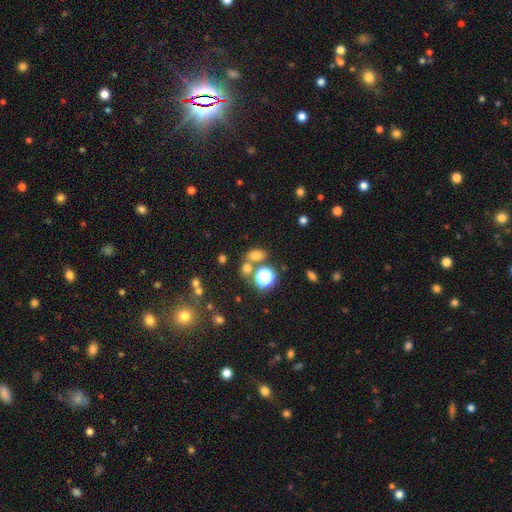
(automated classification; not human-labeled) A smooth galaxy with no disk features (67%) that is in between round and cigar-shaped (62%). Merging: none (62%).